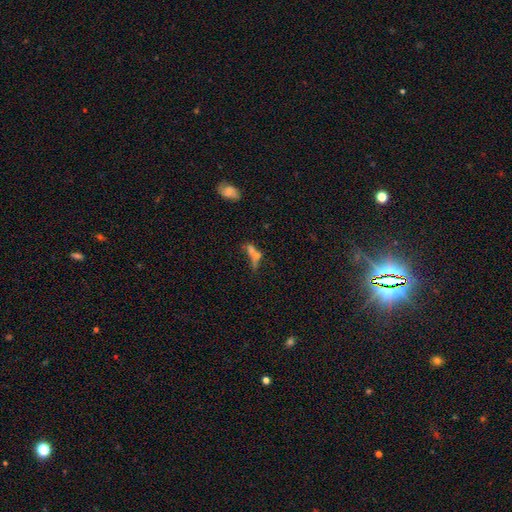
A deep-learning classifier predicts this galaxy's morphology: Smooth or featured: smooth — 52% (featured or disk — 31%)
How rounded: cigar-shaped — 47% (in between — 43%)
Merging: merger — 39% (none — 29%)